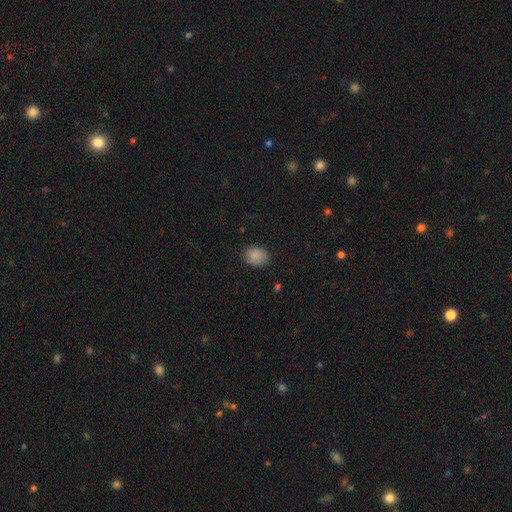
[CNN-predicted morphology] Overall: smooth (87%). How rounded: in between (54%; round 45%). Merging: none (82%).